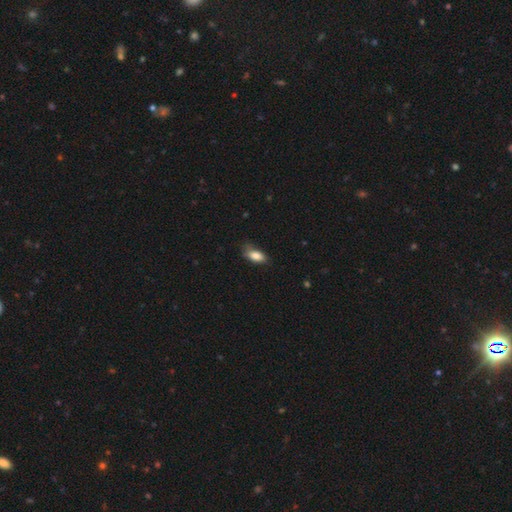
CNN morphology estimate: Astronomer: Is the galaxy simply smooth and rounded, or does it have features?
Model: smooth — 84%.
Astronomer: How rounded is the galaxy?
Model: in between — 86%.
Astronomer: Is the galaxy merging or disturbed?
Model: none — 63%.